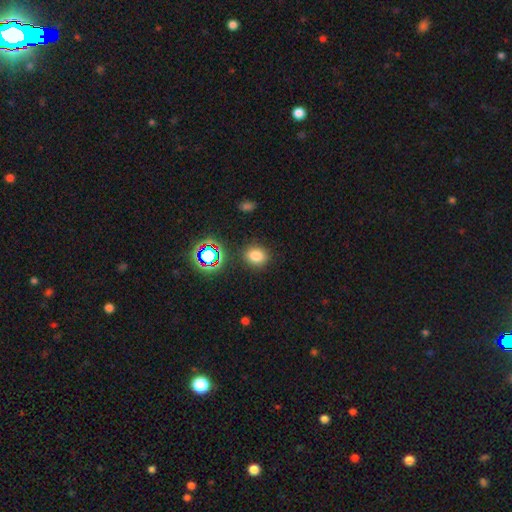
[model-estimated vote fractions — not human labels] smooth-or-featured: smooth: 75% | star or artifact: 18% | featured or disk: 7%
  how-rounded: round: 51% | in between: 48% | cigar-shaped: 1%
  merging: none: 85% | minor disturbance: 9% | major disturbance: 3% | merger: 2%